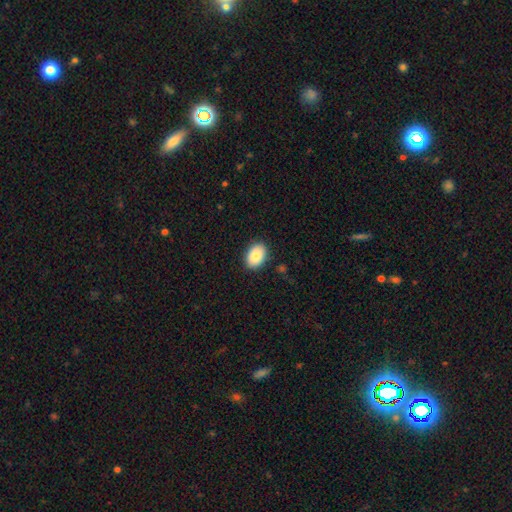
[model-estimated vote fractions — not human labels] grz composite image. It shows a smooth galaxy with no disk features (87%) that is in between round and cigar-shaped (86%). Merging: none (88%).